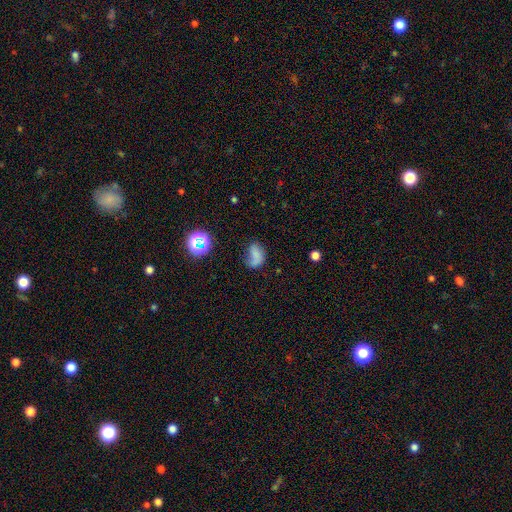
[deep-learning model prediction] This appears to be a smooth galaxy with no disk features (64%) that is in between round and cigar-shaped (80%). Merging: none (36%).